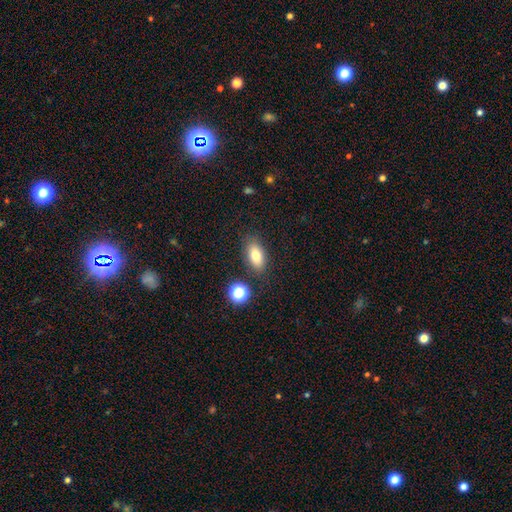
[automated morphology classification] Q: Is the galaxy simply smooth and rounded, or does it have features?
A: smooth — 79%.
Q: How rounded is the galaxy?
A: in between — 85%.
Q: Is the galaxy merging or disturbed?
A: none — 82%.